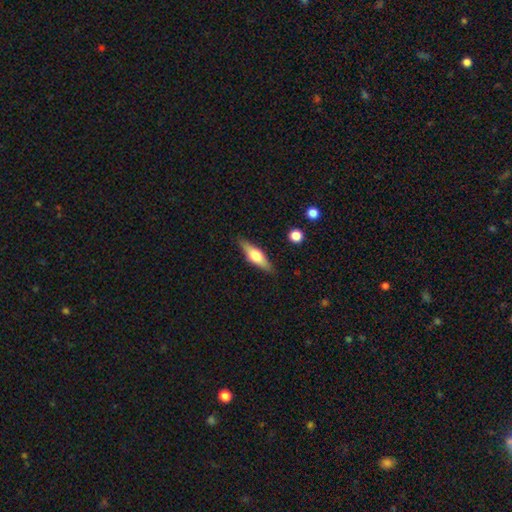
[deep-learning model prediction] Overall: featured or disk (52%; smooth 42%). Edge-on disk: yes (93%). Merging: none (87%).